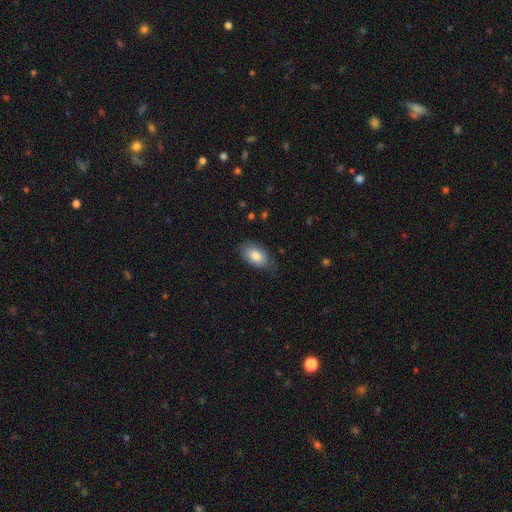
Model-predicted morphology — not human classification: Overall: smooth (80%). How rounded: in between (92%). Merging: none (70%).